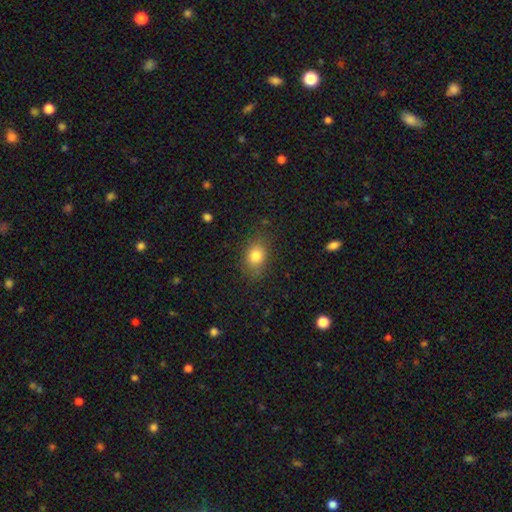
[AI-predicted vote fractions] smooth_or_featured: smooth (p=0.82) [alt: star or artifact p=0.11]
how_rounded: in between (p=0.62) [alt: round p=0.37]
merging: none (p=0.80) [alt: minor disturbance p=0.14]